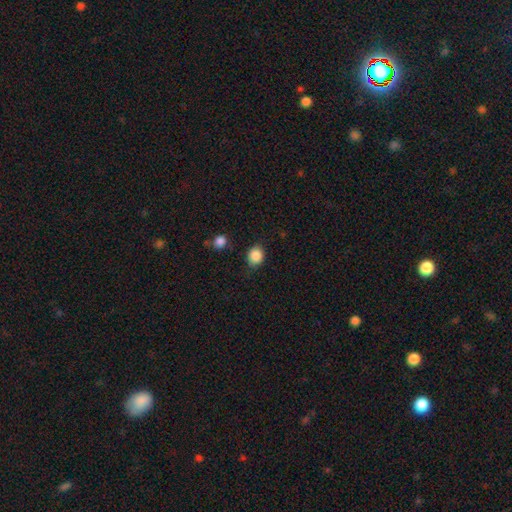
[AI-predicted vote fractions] Smooth or featured?
  - smooth: 87% *
  - star or artifact: 9%
  - featured or disk: 4%
How rounded?
  - round: 60% *
  - in between: 39%
  - cigar-shaped: 1%
Merging?
  - none: 80% *
  - minor disturbance: 14%
  - major disturbance: 4%
  - merger: 3%